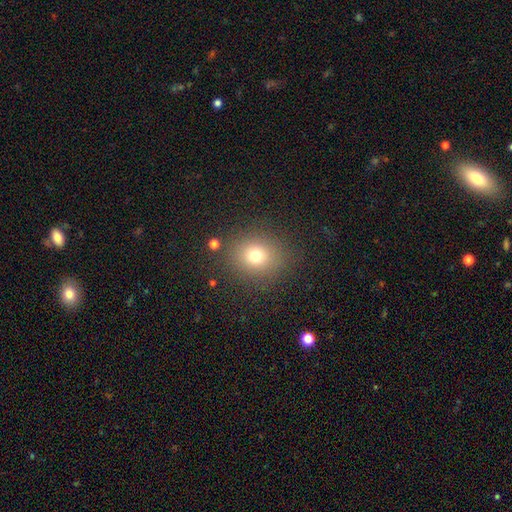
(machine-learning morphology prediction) smooth_or_featured: smooth (p=0.73) [alt: star or artifact p=0.17]
how_rounded: round (p=0.77) [alt: in between p=0.22]
merging: none (p=0.85) [alt: minor disturbance p=0.09]